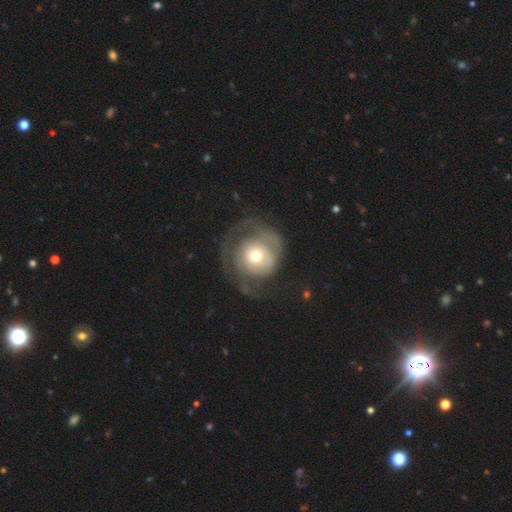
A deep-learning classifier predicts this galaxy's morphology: Q: Smooth or featured?
A: featured or disk (61%); runner-up: smooth (32%)
Q: Edge-on disk?
A: no (97%); runner-up: yes (3%)
Q: Bar?
A: no (82%); runner-up: weak (14%)
Q: Spiral arms?
A: yes (71%); runner-up: no (29%)
Q: Bulge size?
A: moderate (57%); runner-up: small (29%)
Q: Merging?
A: none (47%); runner-up: major disturbance (32%)